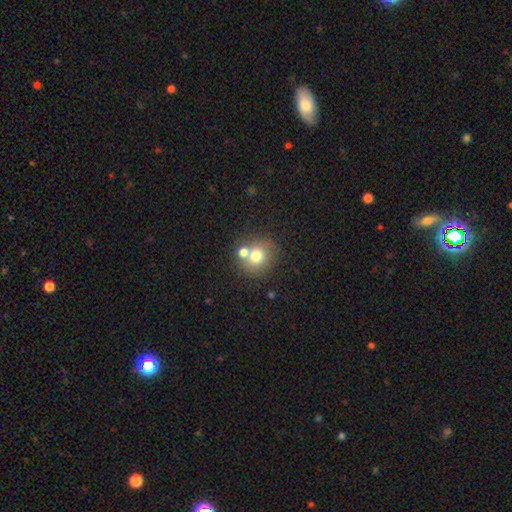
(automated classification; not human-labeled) smooth-or-featured: smooth: 72% | featured or disk: 15% | star or artifact: 12%
  how-rounded: round: 84% | in between: 15% | cigar-shaped: 1%
  merging: none: 56% | merger: 31% | minor disturbance: 9% | major disturbance: 4%